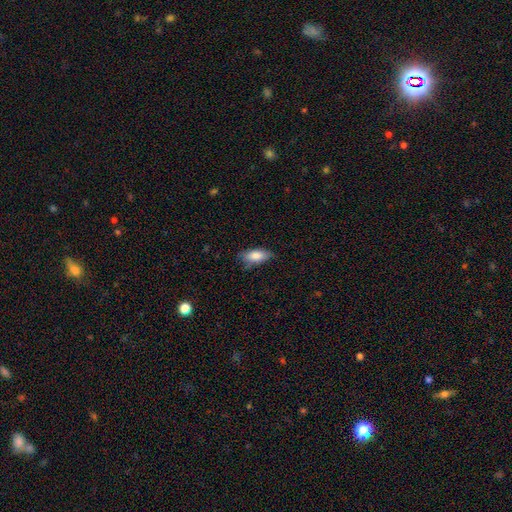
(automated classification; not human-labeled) A smooth galaxy with no disk features (82%) that is in between round and cigar-shaped (83%). Merging: none (73%).